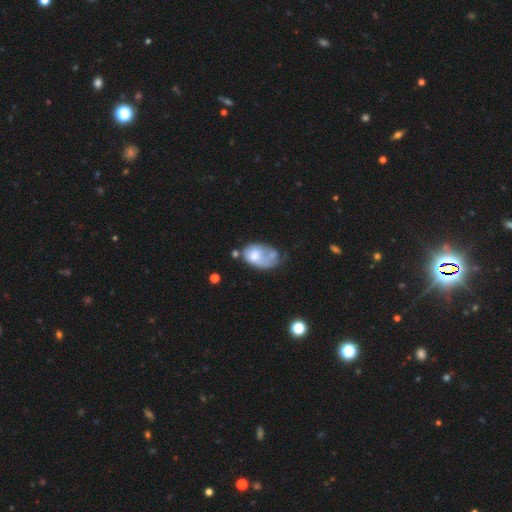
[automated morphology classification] A smooth galaxy with no disk features (56%) that is in between round and cigar-shaped (87%). Merging: major disturbance (36%).